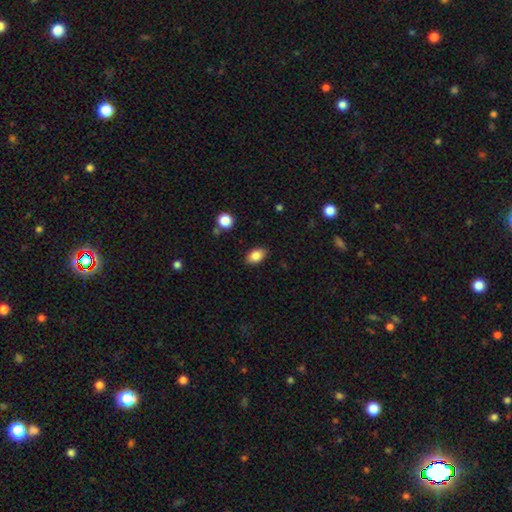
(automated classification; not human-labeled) A smooth galaxy with no disk features (85%) that is in between round and cigar-shaped (86%). Merging: none (85%).